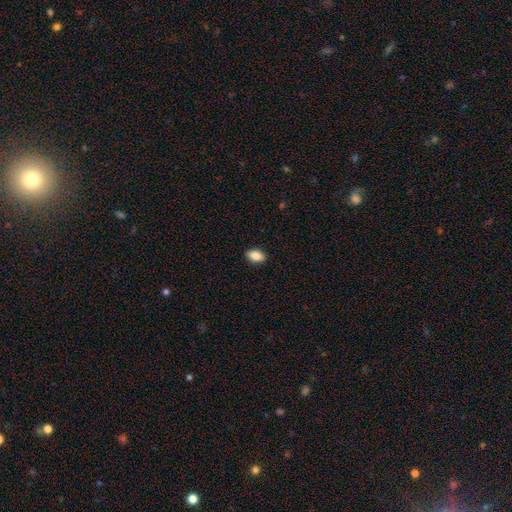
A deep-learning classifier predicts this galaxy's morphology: This is clearly a smooth galaxy (85%). How rounded: clearly in between (90%). Merging: clearly none (89%).